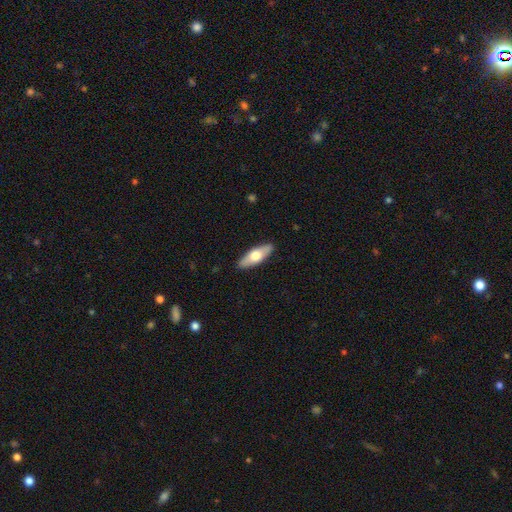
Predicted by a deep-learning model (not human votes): This is possibly a smooth galaxy (59%). How rounded: likely in between (65%). Merging: clearly none (89%).